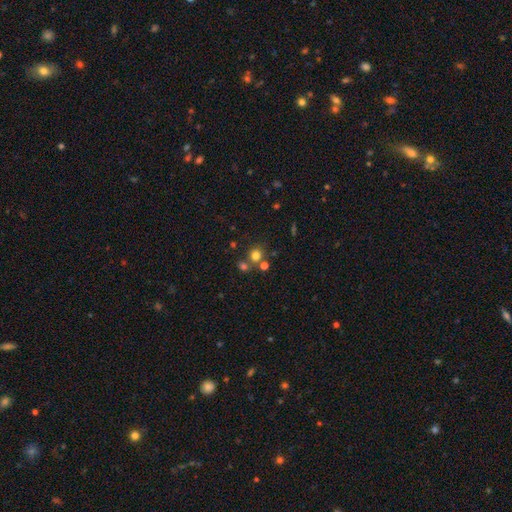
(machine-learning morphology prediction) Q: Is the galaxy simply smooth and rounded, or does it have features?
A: smooth — 73%.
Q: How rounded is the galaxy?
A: round — 88%.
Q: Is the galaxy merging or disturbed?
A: none — 66%.